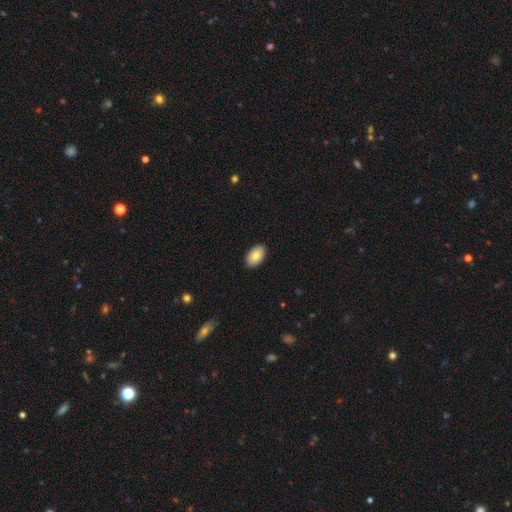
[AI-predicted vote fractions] Overall: smooth (81%). How rounded: in between (93%). Merging: none (89%).